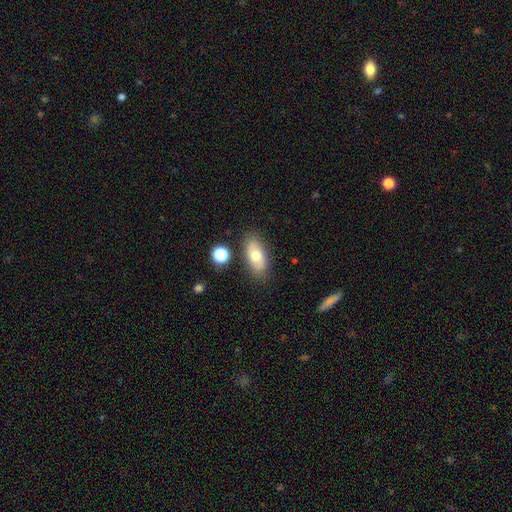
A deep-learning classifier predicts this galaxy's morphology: A smooth galaxy with no disk features (68%) that is in between round and cigar-shaped (87%).

Vote fractions:
- Smooth or featured? smooth: 68% / featured or disk: 24% / star or artifact: 8%
- How rounded? in between: 87% / cigar-shaped: 8% / round: 5%
- Merging? none: 83% / minor disturbance: 11% / merger: 3% / major disturbance: 3%